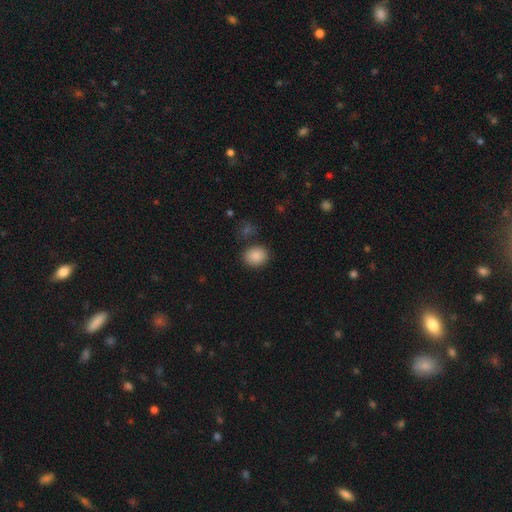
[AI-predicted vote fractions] Smooth or featured? smooth (87%)
How rounded? round (52%)
Merging? none (81%)